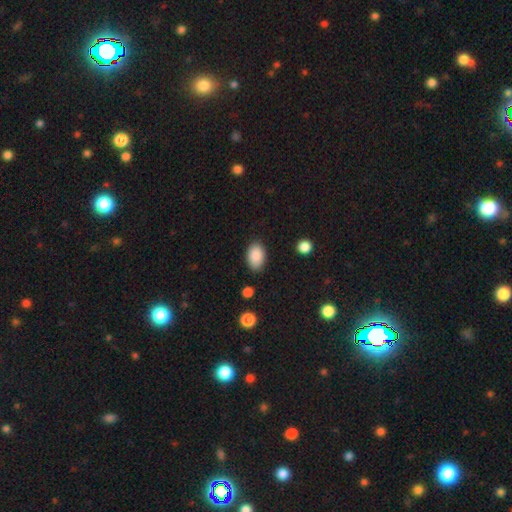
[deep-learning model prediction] This is clearly a smooth galaxy (88%). How rounded: clearly in between (89%). Merging: clearly none (84%).